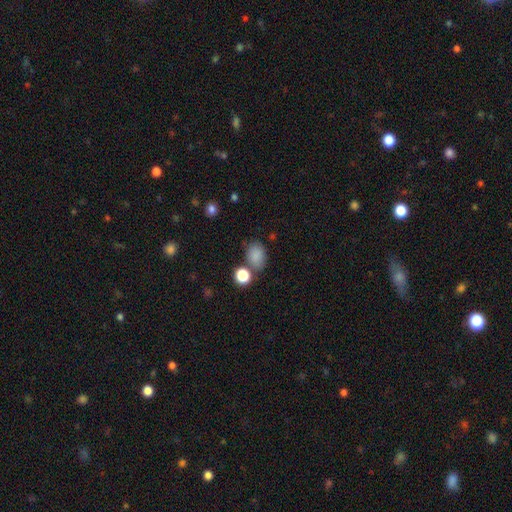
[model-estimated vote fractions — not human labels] Smooth or featured?
  - smooth: 83% *
  - star or artifact: 12%
  - featured or disk: 6%
How rounded?
  - in between: 64% *
  - round: 35%
  - cigar-shaped: 1%
Merging?
  - none: 65% *
  - minor disturbance: 16%
  - merger: 13%
  - major disturbance: 5%